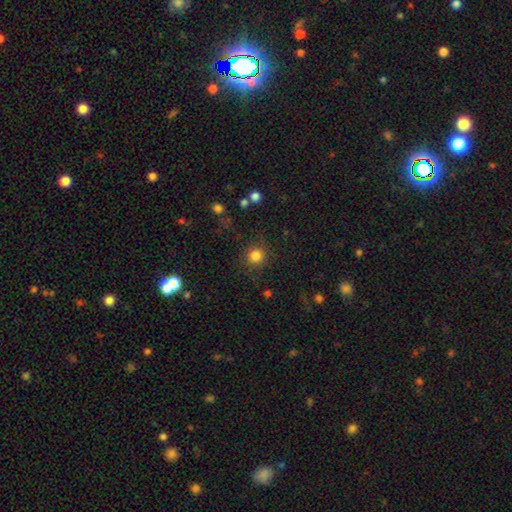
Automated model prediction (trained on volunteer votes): A smooth galaxy with no disk features (83%) that is round (92%). Merging: none (85%).